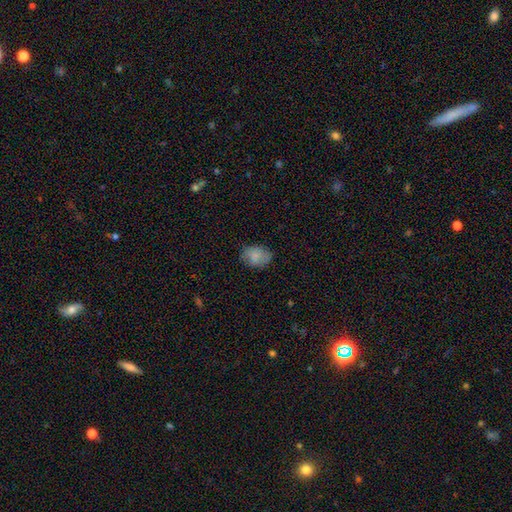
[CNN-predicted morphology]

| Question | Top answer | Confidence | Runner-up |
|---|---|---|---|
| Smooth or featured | smooth | 82% | featured or disk (10%) |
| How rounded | in between | 74% | round (25%) |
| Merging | none | 73% | minor disturbance (20%) |